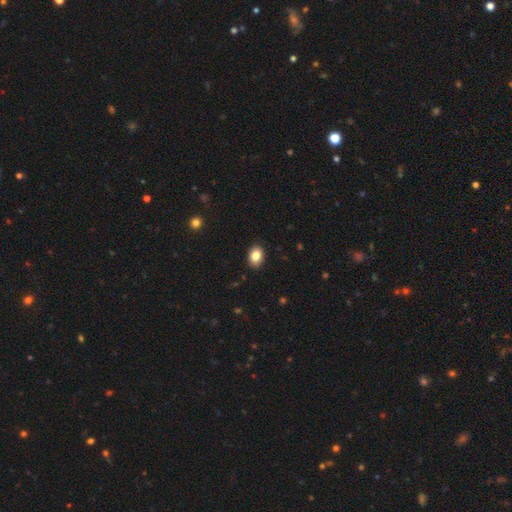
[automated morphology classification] smooth_or_featured: smooth (p=0.84) [alt: star or artifact p=0.08]
how_rounded: in between (p=0.80) [alt: round p=0.19]
merging: none (p=0.89) [alt: minor disturbance p=0.08]